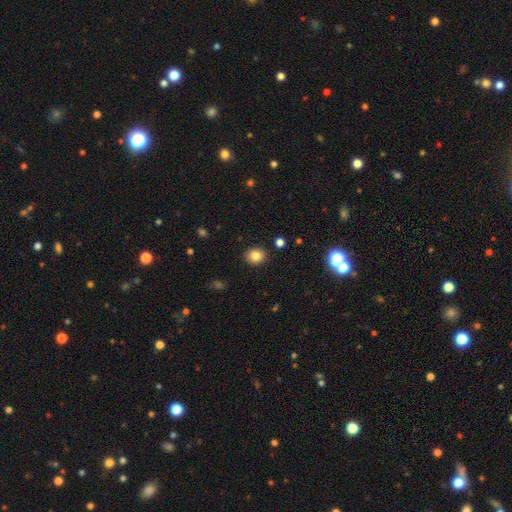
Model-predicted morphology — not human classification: Smooth or featured: smooth — 81% (star or artifact — 11%)
How rounded: round — 70% (in between — 29%)
Merging: none — 90% (minor disturbance — 7%)